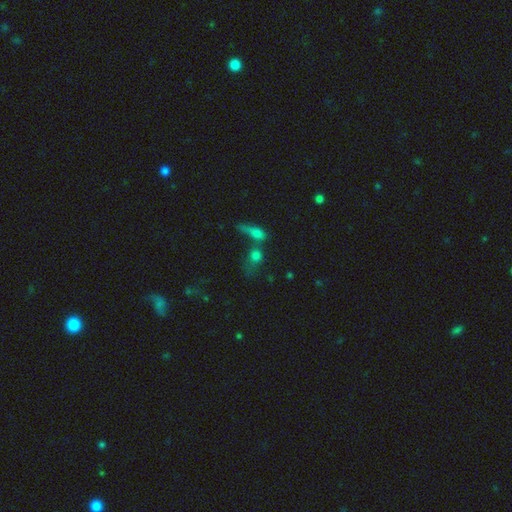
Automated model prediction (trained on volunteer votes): smooth 71%, star or artifact 15%, featured or disk 14%. Down the decision tree: how rounded — round (53%); merging — merger (39%, tied with none).